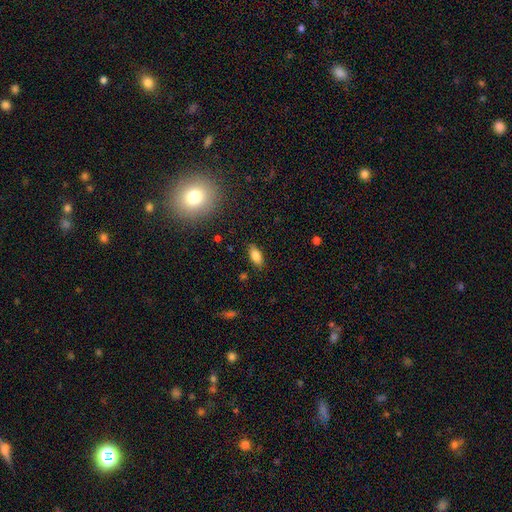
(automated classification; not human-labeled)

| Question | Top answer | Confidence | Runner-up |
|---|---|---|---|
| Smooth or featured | smooth | 81% | featured or disk (10%) |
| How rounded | in between | 86% | cigar-shaped (11%) |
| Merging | none | 84% | minor disturbance (11%) |